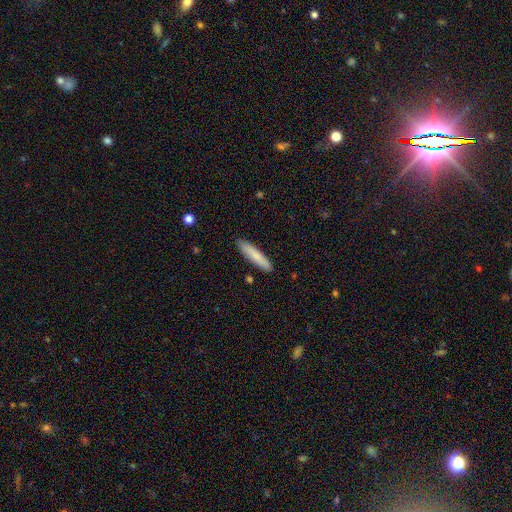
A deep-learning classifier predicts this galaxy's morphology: Smooth or featured? Predicted: smooth (p=0.79). How rounded? Predicted: cigar-shaped (p=0.83). Merging? Predicted: none (p=0.89).